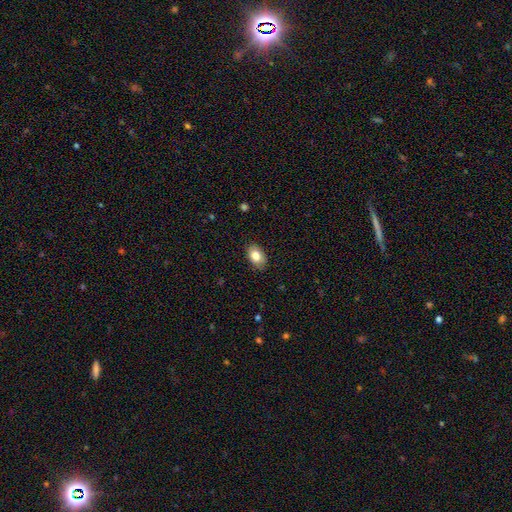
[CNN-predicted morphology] Q: Smooth or featured?
A: smooth (82%); runner-up: featured or disk (11%)
Q: How rounded?
A: in between (89%); runner-up: round (10%)
Q: Merging?
A: none (84%); runner-up: minor disturbance (12%)